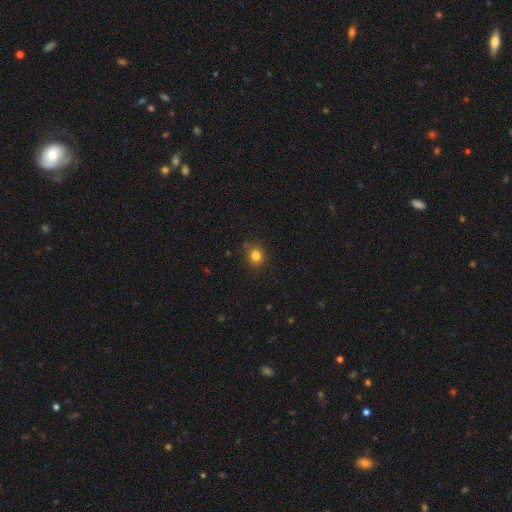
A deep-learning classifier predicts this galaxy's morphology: Smooth or featured? Predicted: smooth (p=0.82). How rounded? Predicted: round (p=0.84). Merging? Predicted: none (p=0.86).